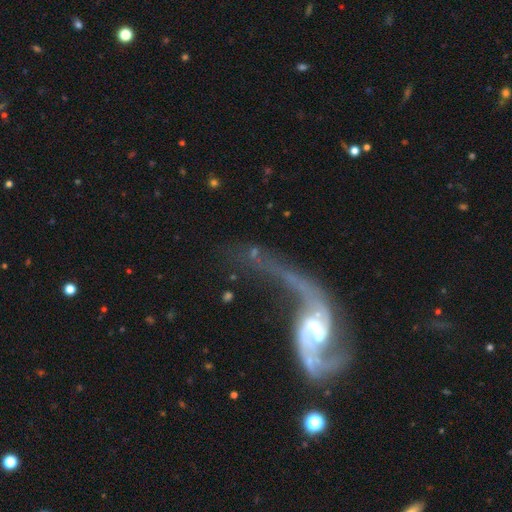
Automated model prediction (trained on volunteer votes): Q: Smooth or featured?
A: featured or disk (84%); runner-up: smooth (8%)
Q: Edge-on disk?
A: no (95%); runner-up: yes (5%)
Q: Bar?
A: weak (41%); runner-up: no (40%)
Q: Spiral arms?
A: yes (90%); runner-up: no (10%)
Q: Spiral winding?
A: loose (82%); runner-up: medium (14%)
Q: Spiral arm count?
A: 2 (82%); runner-up: 1 (9%)
Q: Bulge size?
A: small (44%); runner-up: moderate (43%)
Q: Merging?
A: major disturbance (34%); runner-up: none (29%)